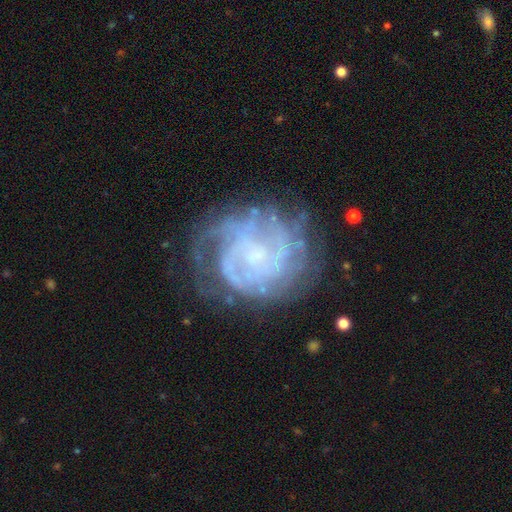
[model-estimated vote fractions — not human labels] Morphology: type=featured or disk (83%); edge-on=no (98%); bar=no (67%); spiral arms=yes (91%); winding=tight (63%); arm count=can't tell (41%); bulge=small (54%); merging=none (67%).